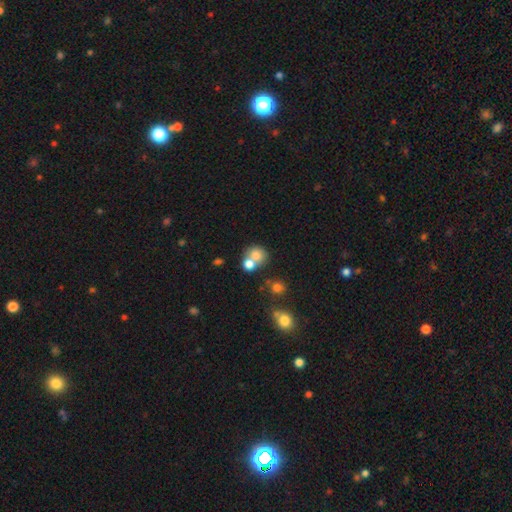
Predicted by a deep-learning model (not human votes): Smooth or featured: smooth — 74% (featured or disk — 14%)
How rounded: round — 74% (in between — 25%)
Merging: merger — 48% (none — 39%)